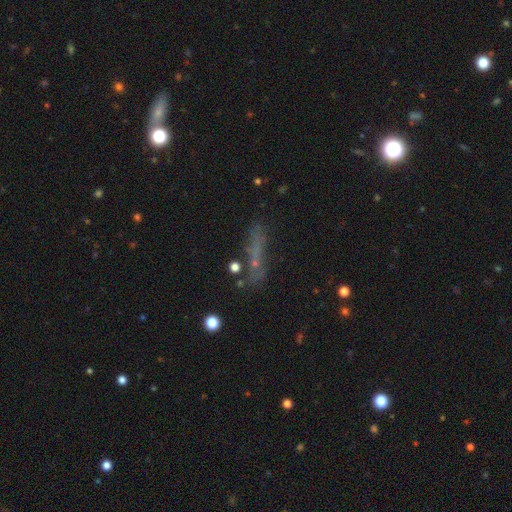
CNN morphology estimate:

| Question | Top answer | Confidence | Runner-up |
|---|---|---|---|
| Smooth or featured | smooth | 44% | featured or disk (32%) |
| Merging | none | 58% | minor disturbance (19%) |